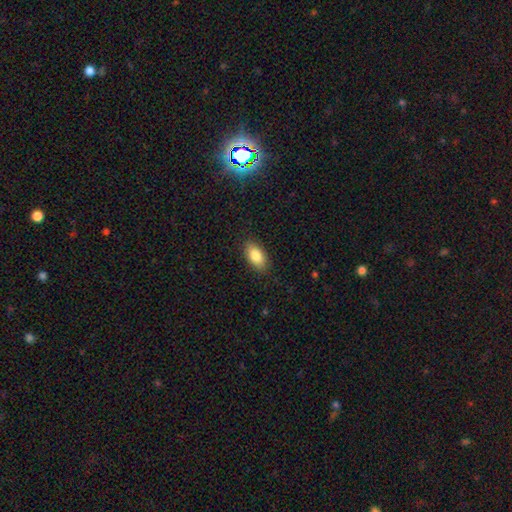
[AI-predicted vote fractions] Smooth or featured: smooth — 83% (featured or disk — 9%)
How rounded: in between — 92% (round — 4%)
Merging: none — 88% (minor disturbance — 9%)